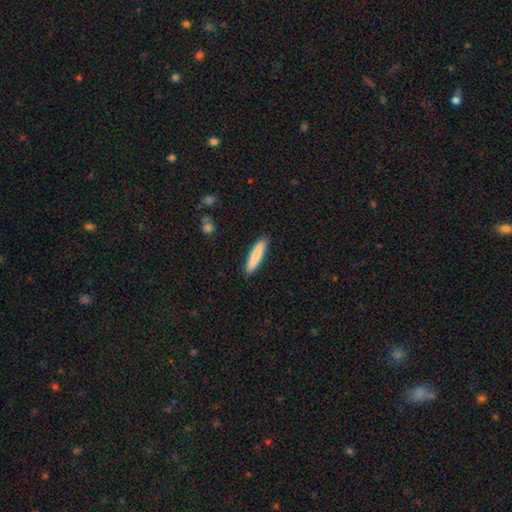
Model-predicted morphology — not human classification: Smooth or featured? smooth (84%)
How rounded? cigar-shaped (86%)
Merging? none (90%)